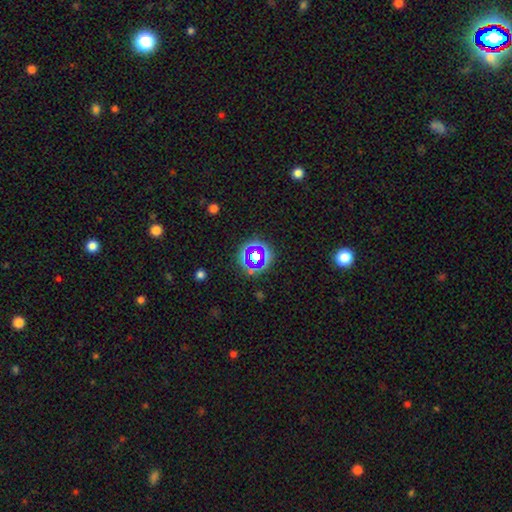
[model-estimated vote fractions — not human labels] Smooth or featured?
  - star or artifact: 50% *
  - smooth: 34%
  - featured or disk: 16%